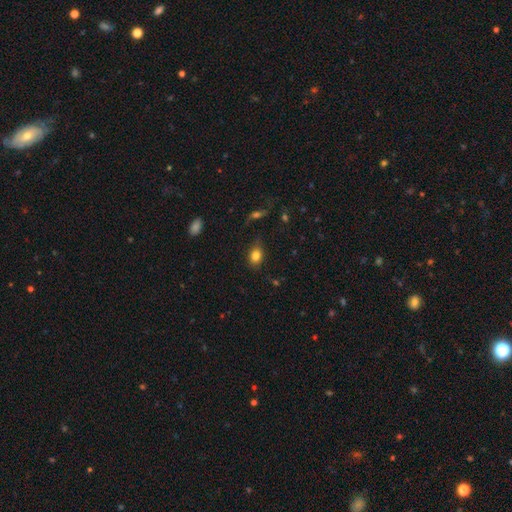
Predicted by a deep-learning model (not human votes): smooth-or-featured: smooth: 83% | star or artifact: 10% | featured or disk: 7%
  how-rounded: in between: 72% | round: 27% | cigar-shaped: 2%
  merging: none: 77% | minor disturbance: 17% | major disturbance: 4% | merger: 2%